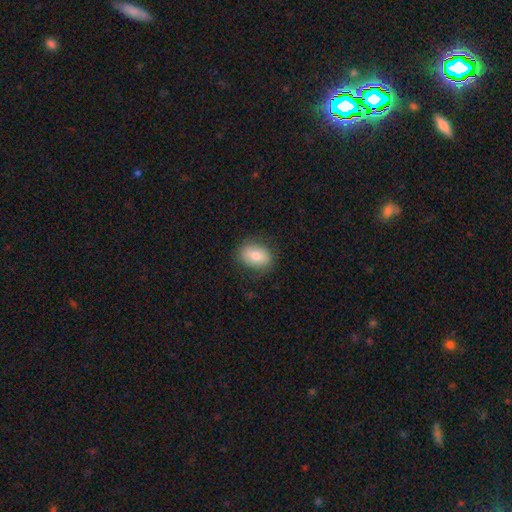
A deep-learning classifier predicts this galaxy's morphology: type=smooth (78%); roundness=in between (69%); merging=none (83%).